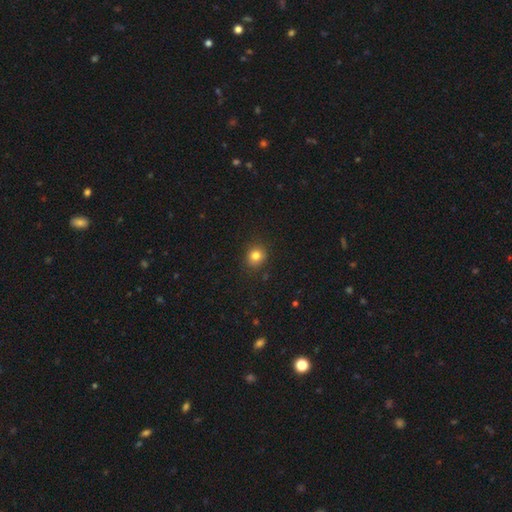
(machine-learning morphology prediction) Q: Smooth or featured?
A: smooth (81%); runner-up: star or artifact (12%)
Q: How rounded?
A: round (82%); runner-up: in between (17%)
Q: Merging?
A: none (87%); runner-up: minor disturbance (9%)